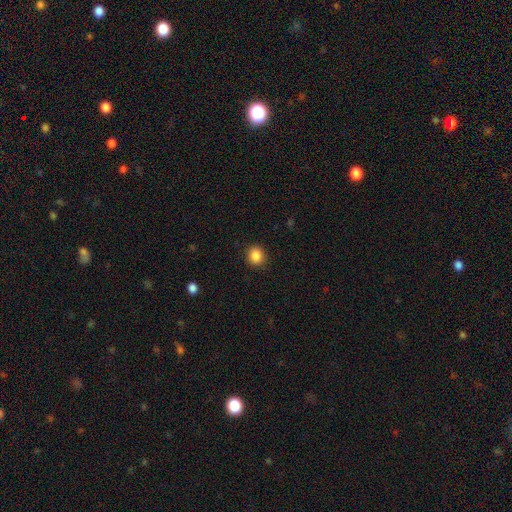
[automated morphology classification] Smooth or featured? Predicted: smooth (p=0.87). How rounded? Predicted: round (p=0.81). Merging? Predicted: none (p=0.90).